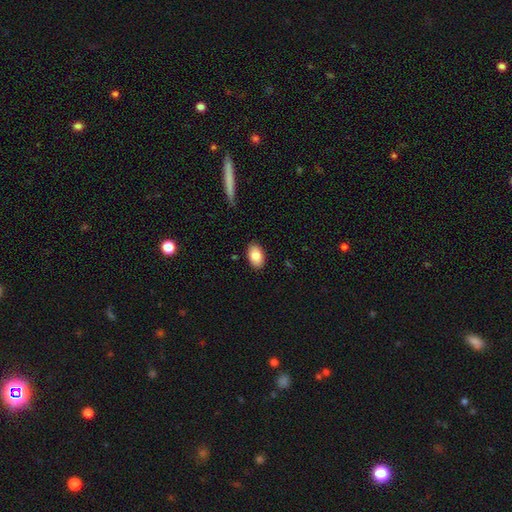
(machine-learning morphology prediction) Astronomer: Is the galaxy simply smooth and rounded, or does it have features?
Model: smooth — 84%.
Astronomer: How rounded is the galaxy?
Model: in between — 92%.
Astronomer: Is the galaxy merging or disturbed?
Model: none — 88%.